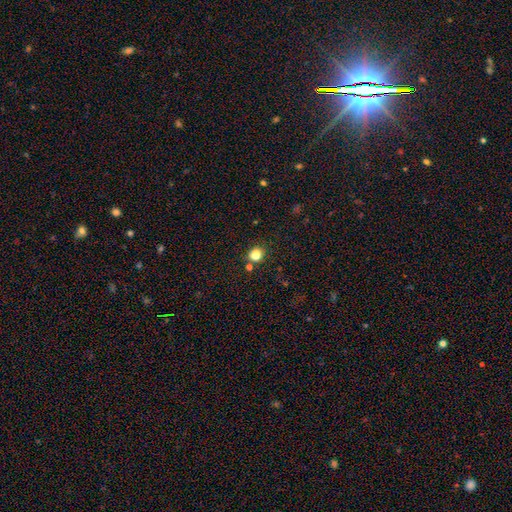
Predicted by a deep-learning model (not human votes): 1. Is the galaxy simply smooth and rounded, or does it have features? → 82% smooth, 13% star or artifact, 5% featured or disk.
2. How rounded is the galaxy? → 79% round, 21% in between, 1% cigar-shaped.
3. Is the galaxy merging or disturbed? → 81% none, 9% minor disturbance, 7% merger, 3% major disturbance.